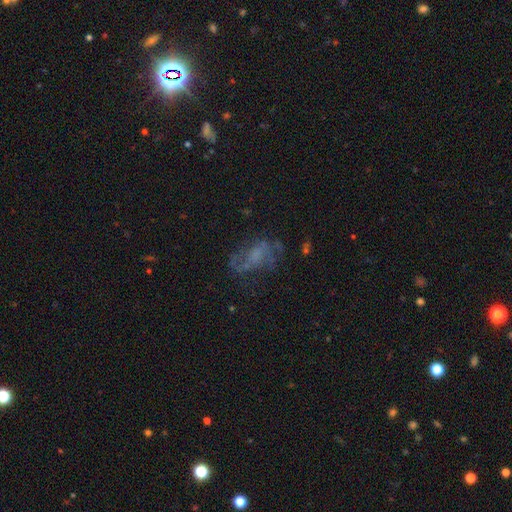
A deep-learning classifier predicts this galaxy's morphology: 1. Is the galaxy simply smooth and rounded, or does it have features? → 61% featured or disk, 23% smooth, 17% star or artifact.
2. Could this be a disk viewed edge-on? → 95% no, 5% yes.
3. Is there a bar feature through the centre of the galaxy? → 58% no, 33% weak, 9% strong.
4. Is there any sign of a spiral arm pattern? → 68% yes, 32% no.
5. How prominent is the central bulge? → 56% none, 21% small, 16% moderate, 6% large, 1% dominant.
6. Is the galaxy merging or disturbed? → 53% none, 25% major disturbance, 19% minor disturbance, 3% merger.